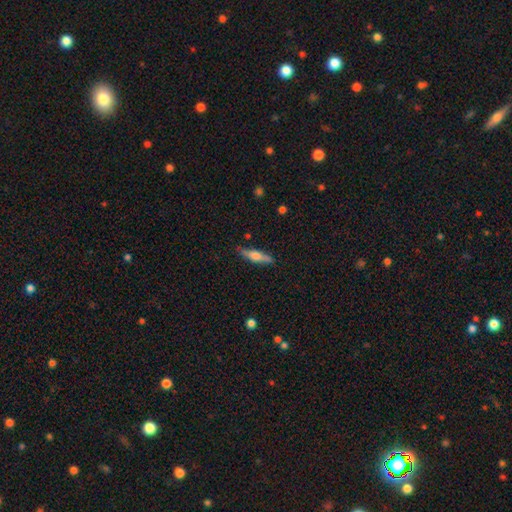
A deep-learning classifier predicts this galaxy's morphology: This appears to be a smooth galaxy with no disk features (49%). Merging: none (85%).